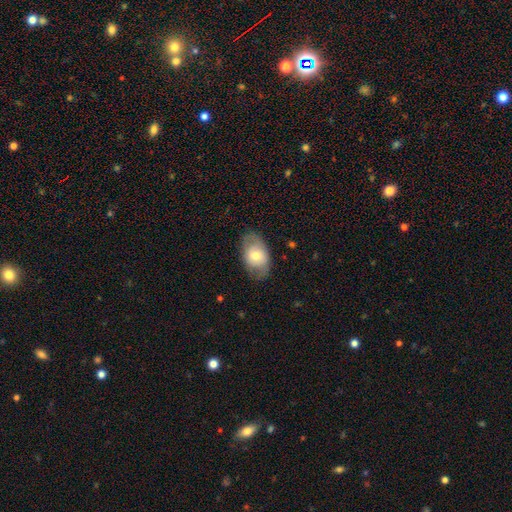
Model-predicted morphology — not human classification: type=smooth (64%); roundness=in between (87%); merging=none (77%).